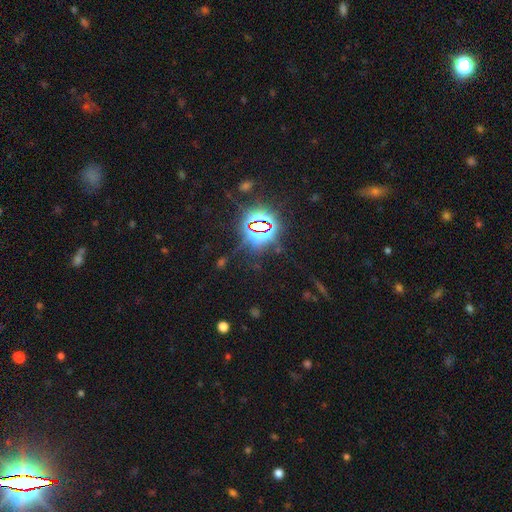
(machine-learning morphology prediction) smooth-or-featured: star or artifact: 82% | smooth: 11% | featured or disk: 7%